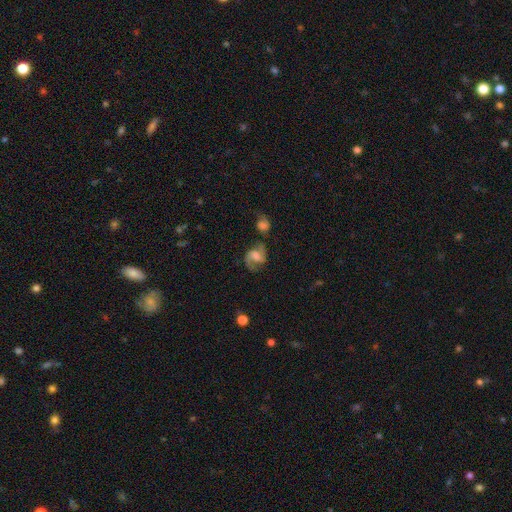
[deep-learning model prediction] Smooth or featured: featured or disk — 76% (smooth — 16%)
Edge-on disk: no — 97% (yes — 3%)
Bar: weak — 50% (no — 34%)
Spiral arms: yes — 94% (no — 6%)
Spiral winding: medium — 51% (loose — 35%)
Spiral arm count: 2 — 89% (can't tell — 4%)
Bulge size: moderate — 45% (small — 22%)
Merging: none — 58% (merger — 16%)